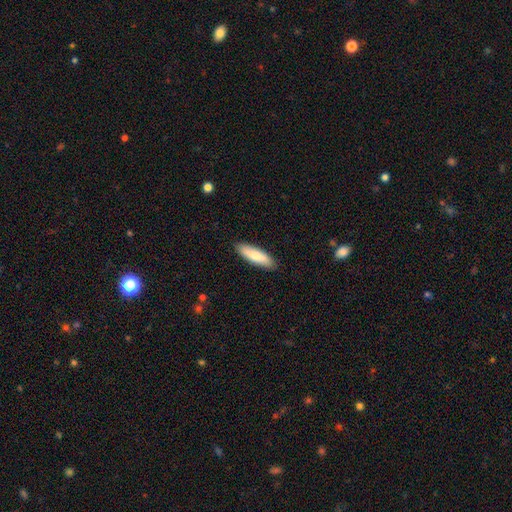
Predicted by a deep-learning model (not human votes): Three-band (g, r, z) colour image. It shows a smooth galaxy with no disk features (78%) that is cigar-shaped (59%). Merging: none (89%).